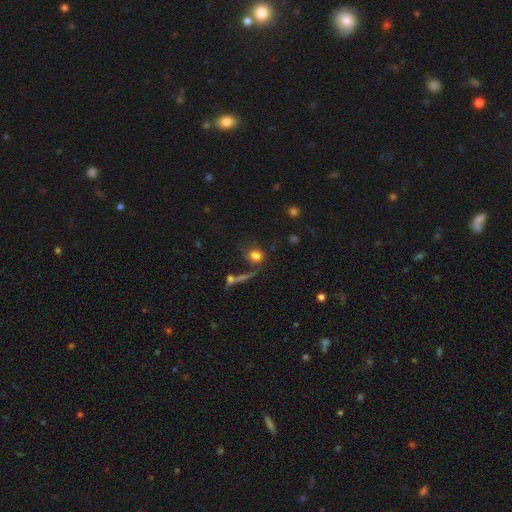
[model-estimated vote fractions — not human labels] This appears to be a smooth galaxy with no disk features (75%) that is round (54%). Merging: none (55%).